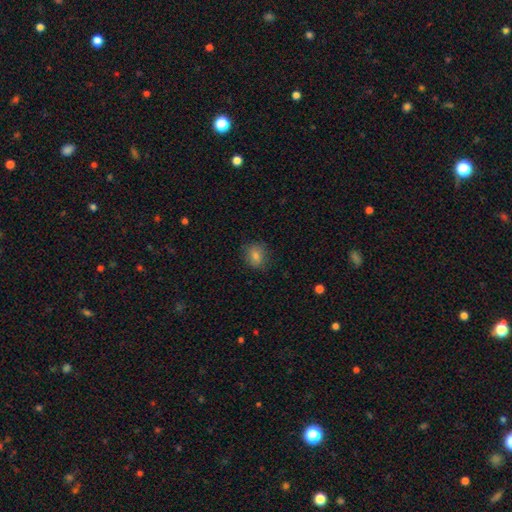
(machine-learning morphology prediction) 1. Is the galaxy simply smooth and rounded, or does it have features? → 75% smooth, 14% star or artifact, 10% featured or disk.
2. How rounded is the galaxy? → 65% round, 33% in between, 1% cigar-shaped.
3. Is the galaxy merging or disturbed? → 84% none, 11% minor disturbance, 3% major disturbance, 1% merger.